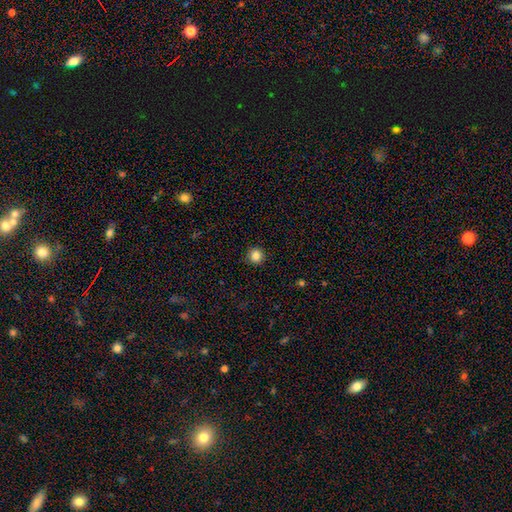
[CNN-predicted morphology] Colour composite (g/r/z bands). It shows a smooth galaxy with no disk features (85%) that is round (94%). Merging: none (91%).